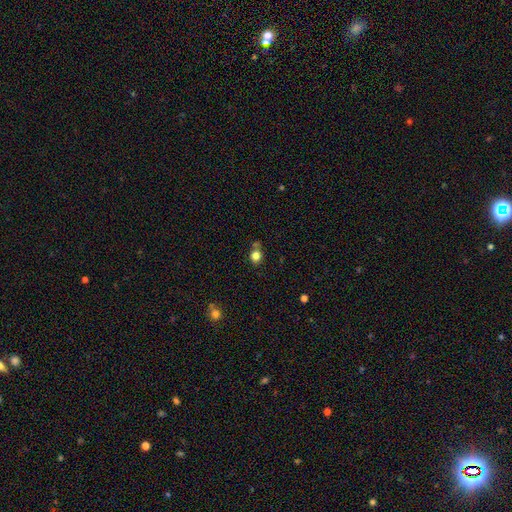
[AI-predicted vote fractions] smooth_or_featured: smooth (p=0.81) [alt: star or artifact p=0.12]
how_rounded: round (p=0.70) [alt: in between p=0.29]
merging: none (p=0.63) [alt: minor disturbance p=0.19]